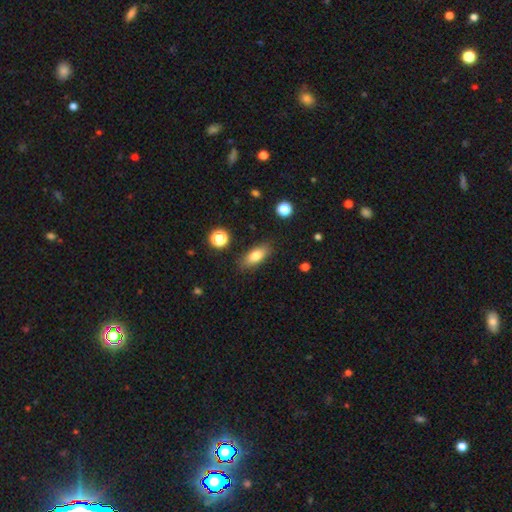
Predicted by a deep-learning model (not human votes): A smooth galaxy with no disk features (78%) that is in between round and cigar-shaped (77%).

Vote fractions:
- Smooth or featured? smooth: 78% / featured or disk: 13% / star or artifact: 8%
- How rounded? in between: 77% / cigar-shaped: 18% / round: 5%
- Merging? none: 85% / minor disturbance: 11% / major disturbance: 3% / merger: 2%